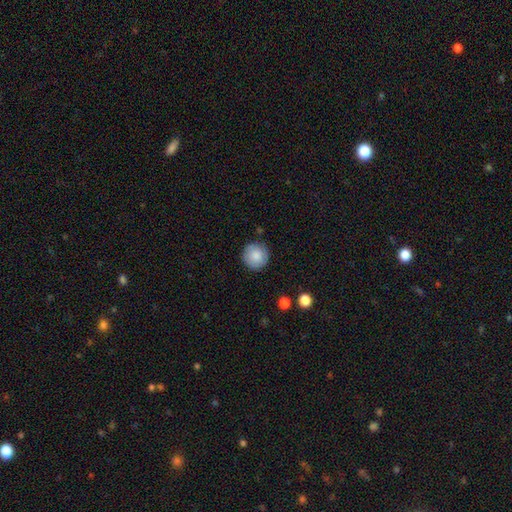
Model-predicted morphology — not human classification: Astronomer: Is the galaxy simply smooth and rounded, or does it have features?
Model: smooth — 86%.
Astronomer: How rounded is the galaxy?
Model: round — 95%.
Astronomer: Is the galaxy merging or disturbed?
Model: none — 88%.